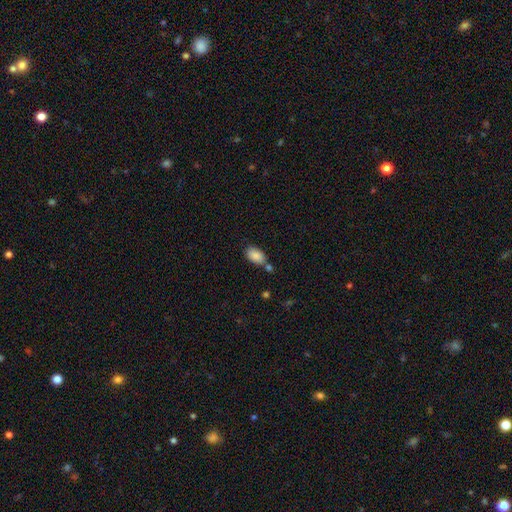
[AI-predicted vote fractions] This is clearly a smooth galaxy (87%). How rounded: clearly in between (93%). Merging: likely none (64%).